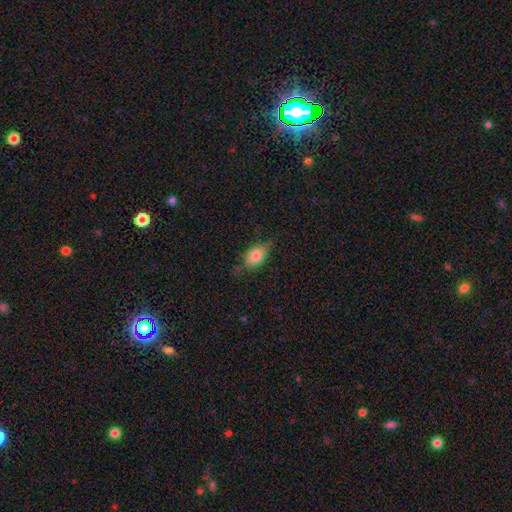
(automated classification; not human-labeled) smooth_or_featured: smooth (p=0.73) [alt: featured or disk p=0.18]
how_rounded: in between (p=0.80) [alt: round p=0.15]
merging: none (p=0.57) [alt: minor disturbance p=0.31]